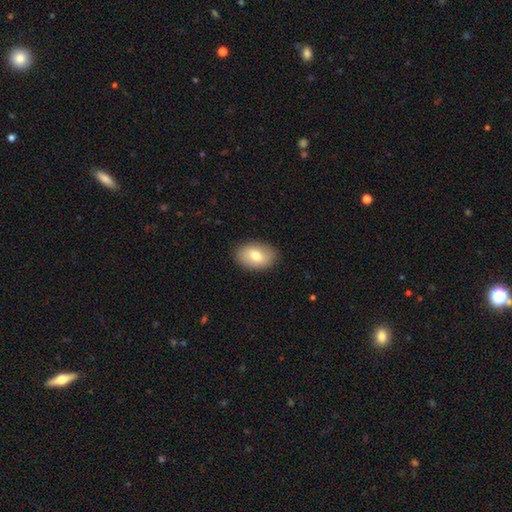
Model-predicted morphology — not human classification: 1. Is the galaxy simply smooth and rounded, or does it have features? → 71% smooth, 22% featured or disk, 7% star or artifact.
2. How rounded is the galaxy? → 87% in between, 12% round, 1% cigar-shaped.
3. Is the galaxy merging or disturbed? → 87% none, 9% minor disturbance, 2% major disturbance, 1% merger.